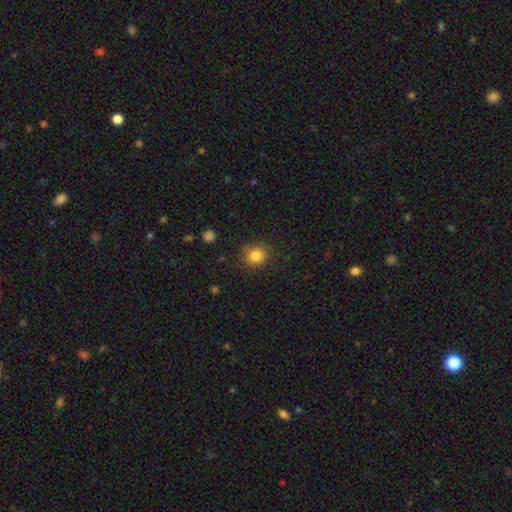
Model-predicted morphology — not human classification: smooth_or_featured: smooth (p=0.83) [alt: star or artifact p=0.12]
how_rounded: round (p=0.82) [alt: in between p=0.17]
merging: none (p=0.83) [alt: minor disturbance p=0.11]